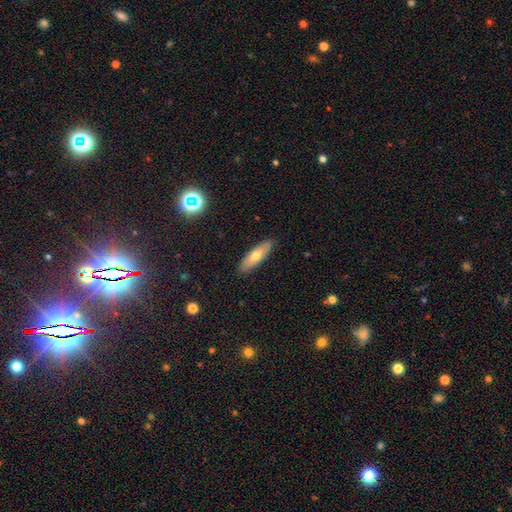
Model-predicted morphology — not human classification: type=smooth (64%); roundness=cigar-shaped (58%); merging=none (89%).